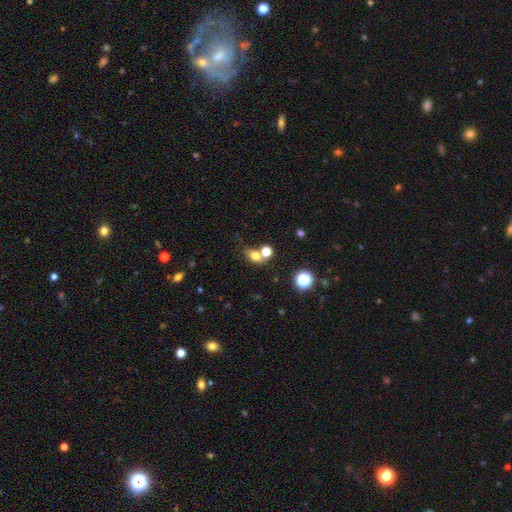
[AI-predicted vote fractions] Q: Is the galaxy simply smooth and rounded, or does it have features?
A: smooth — 73%.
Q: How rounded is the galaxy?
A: in between — 57%.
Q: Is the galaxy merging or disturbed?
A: none — 47%.